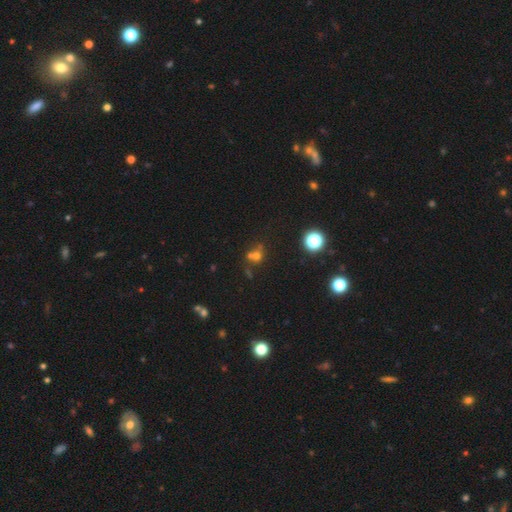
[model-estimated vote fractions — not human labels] This is possibly a smooth galaxy (57%). How rounded: likely round (78%). Merging: possibly merger (46%).